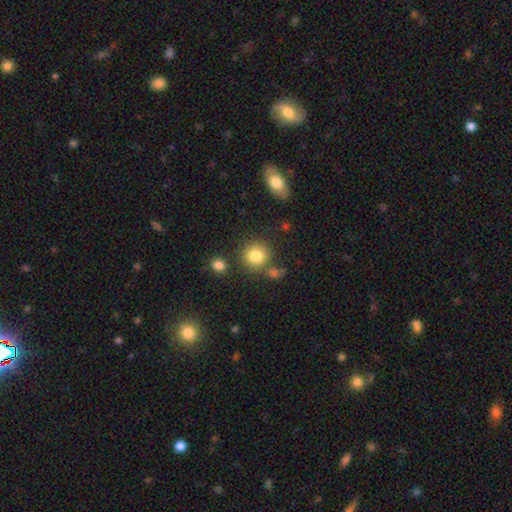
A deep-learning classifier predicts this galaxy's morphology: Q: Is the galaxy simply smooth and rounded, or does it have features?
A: smooth — 83%.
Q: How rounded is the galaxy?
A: round — 89%.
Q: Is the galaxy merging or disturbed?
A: none — 76%.